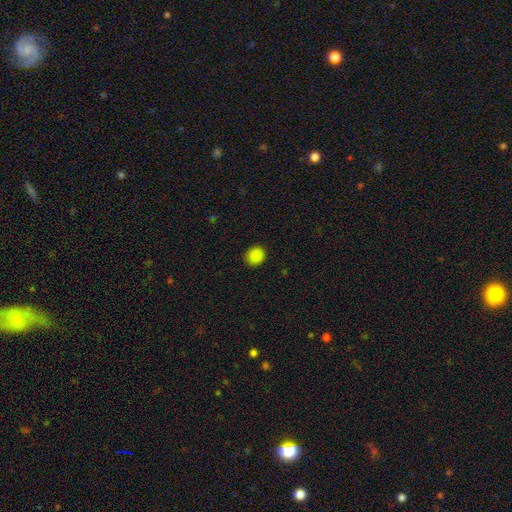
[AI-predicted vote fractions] smooth 86%, star or artifact 11%, featured or disk 3%. Down the decision tree: how rounded — round (82%); merging — none (90%).